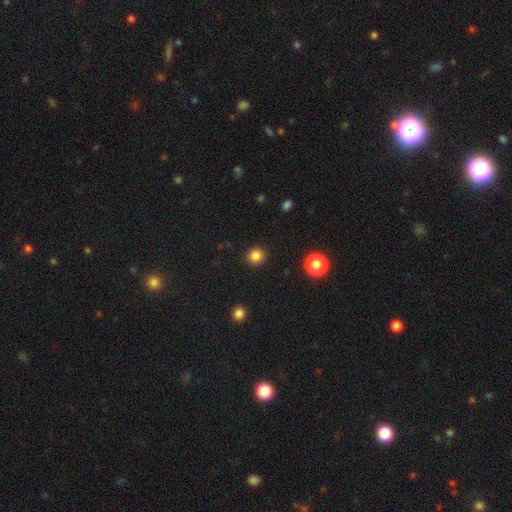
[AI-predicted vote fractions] This is clearly a smooth galaxy (84%). How rounded: clearly round (89%). Merging: clearly none (91%).